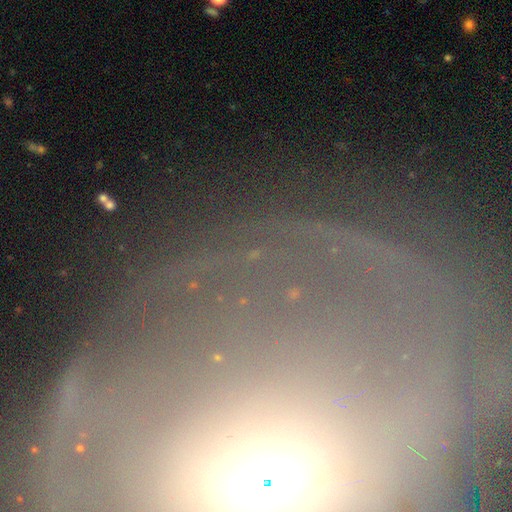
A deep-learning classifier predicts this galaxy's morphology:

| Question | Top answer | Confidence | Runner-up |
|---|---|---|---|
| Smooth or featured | star or artifact | 42% | featured or disk (38%) |